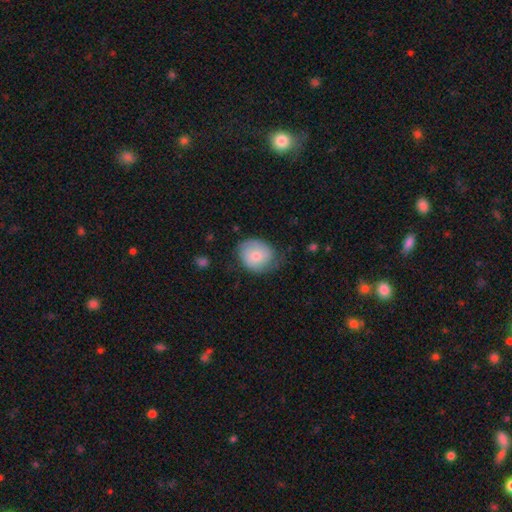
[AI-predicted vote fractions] A smooth galaxy with no disk features (67%) that is round (60%).

Vote fractions:
- Smooth or featured? smooth: 67% / featured or disk: 26% / star or artifact: 6%
- How rounded? round: 60% / in between: 39% / cigar-shaped: 1%
- Merging? none: 58% / minor disturbance: 30% / major disturbance: 11% / merger: 2%